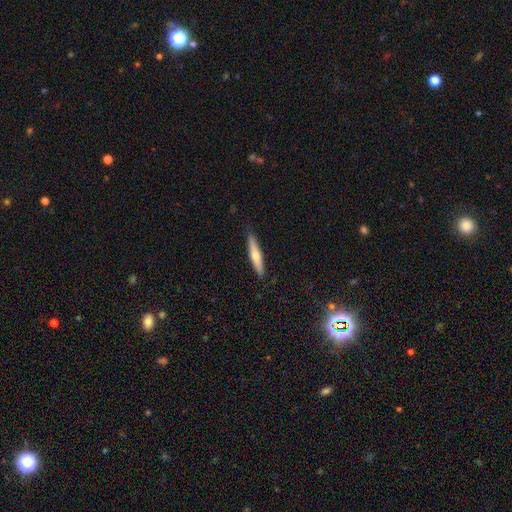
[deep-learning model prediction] smooth-or-featured: smooth: 53% | featured or disk: 41% | star or artifact: 5%
  how-rounded: cigar-shaped: 88% | in between: 11% | round: 1%
  merging: none: 88% | minor disturbance: 9% | major disturbance: 2% | merger: 1%